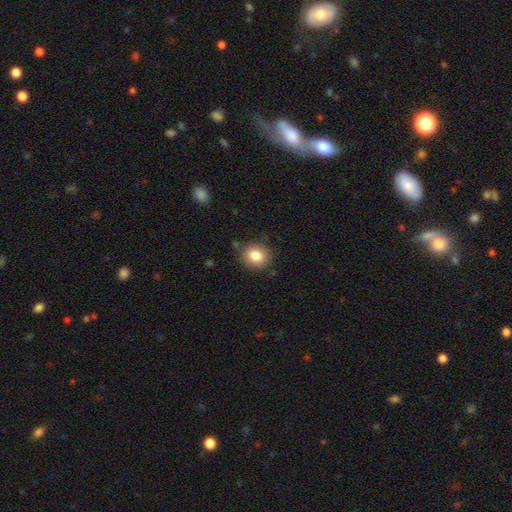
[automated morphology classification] Smooth or featured? Predicted: smooth (p=0.83). How rounded? Predicted: round (p=0.70). Merging? Predicted: none (p=0.83).